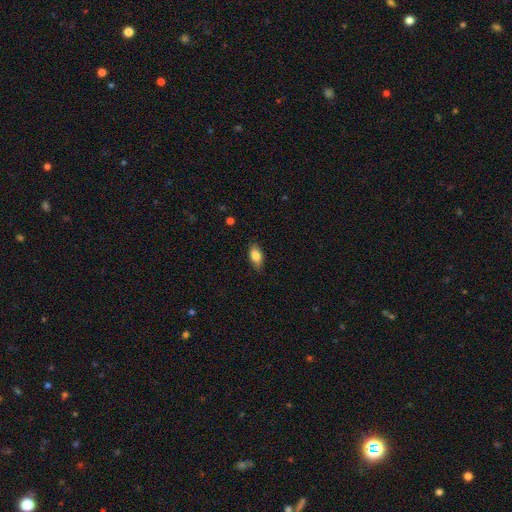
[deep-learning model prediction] Smooth or featured? smooth (82%)
How rounded? in between (89%)
Merging? none (85%)